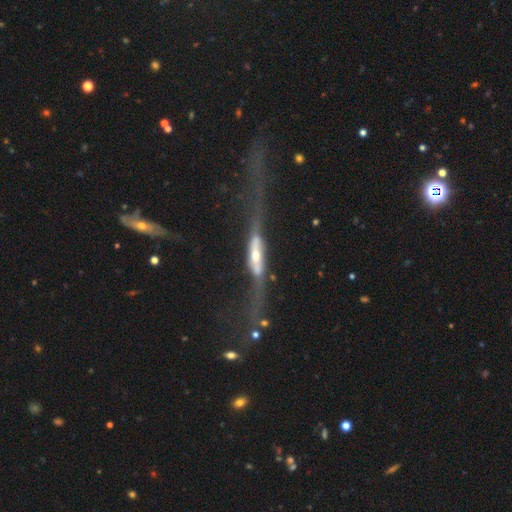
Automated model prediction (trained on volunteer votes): A featured or disk galaxy (80%) viewed edge-on (81%) with a rounded central bulge (63%). Merging: none (36%).